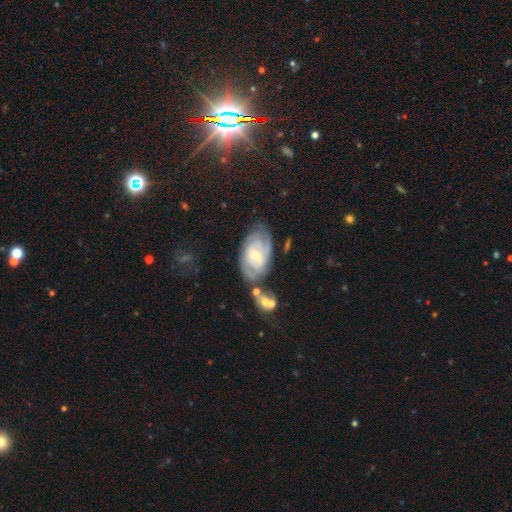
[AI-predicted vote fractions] Smooth or featured? featured or disk (78%)
Edge-on disk? no (96%)
Bar? weak (50%)
Spiral arms? yes (89%)
Spiral winding? tight (62%)
Spiral arm count? 2 (40%)
Bulge size? small (55%)
Merging? none (61%)